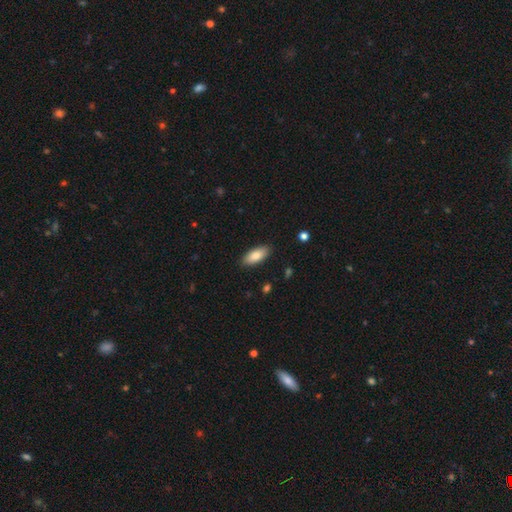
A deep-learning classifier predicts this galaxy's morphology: This appears to be a smooth galaxy with no disk features (84%) that is in between round and cigar-shaped (86%). Merging: none (88%).